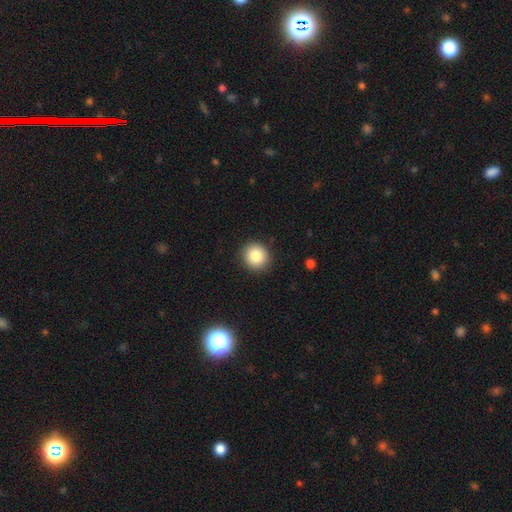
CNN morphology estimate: A smooth galaxy with no disk features (86%) that is round (90%).

Vote fractions:
- Smooth or featured? smooth: 86% / star or artifact: 9% / featured or disk: 5%
- How rounded? round: 90% / in between: 9% / cigar-shaped: 1%
- Merging? none: 90% / minor disturbance: 7% / major disturbance: 2% / merger: 1%